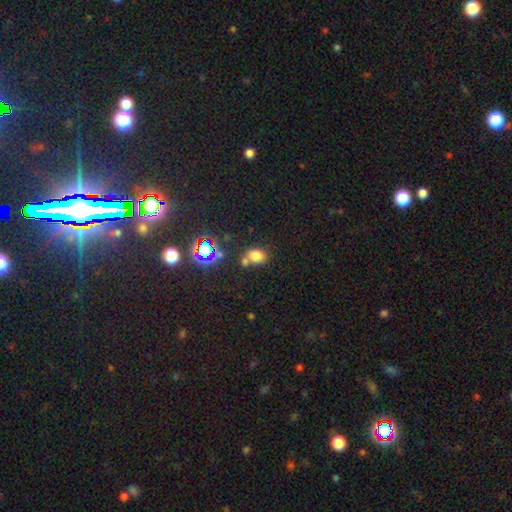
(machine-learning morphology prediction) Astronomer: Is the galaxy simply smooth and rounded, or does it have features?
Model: smooth — 73%.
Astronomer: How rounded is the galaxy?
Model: in between — 60% (runner-up: round, 39%).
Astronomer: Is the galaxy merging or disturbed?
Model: none — 54%.